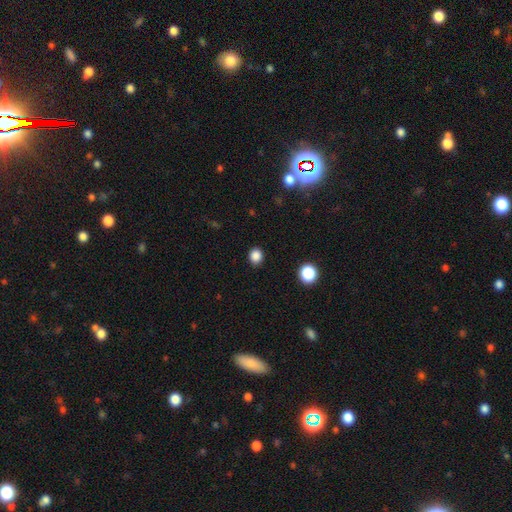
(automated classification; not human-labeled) Smooth or featured? smooth (85%)
How rounded? round (78%)
Merging? none (90%)